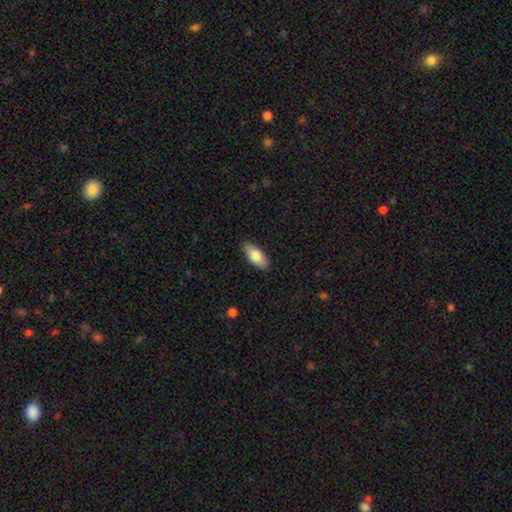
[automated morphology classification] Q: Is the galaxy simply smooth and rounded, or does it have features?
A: smooth — 77%.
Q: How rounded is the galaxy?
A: in between — 85%.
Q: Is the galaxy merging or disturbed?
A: none — 88%.